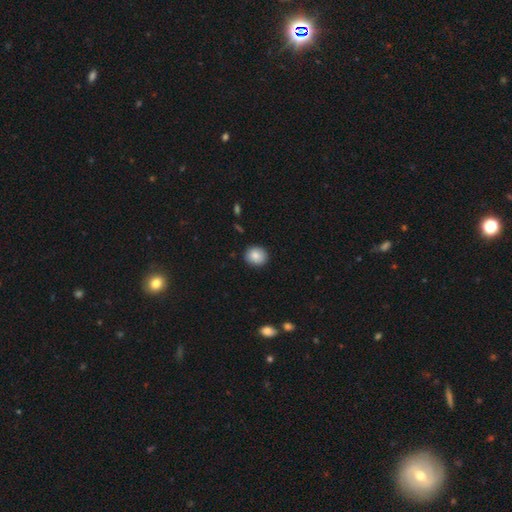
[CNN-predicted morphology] The model was most divided on "how rounded": round: 80%, in between: 19%, cigar-shaped: 1%. More confident: merging — none (90%); smooth or featured — smooth (86%).